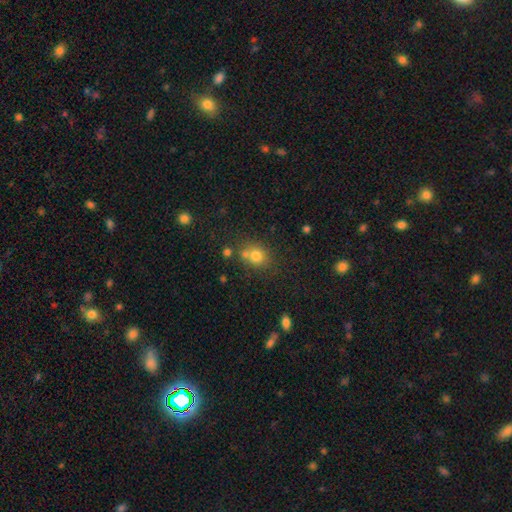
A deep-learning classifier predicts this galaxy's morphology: The model was most divided on "merging": none: 58%, merger: 25%, minor disturbance: 12%, major disturbance: 5%. More confident: smooth or featured — smooth (76%); how rounded — round (70%).